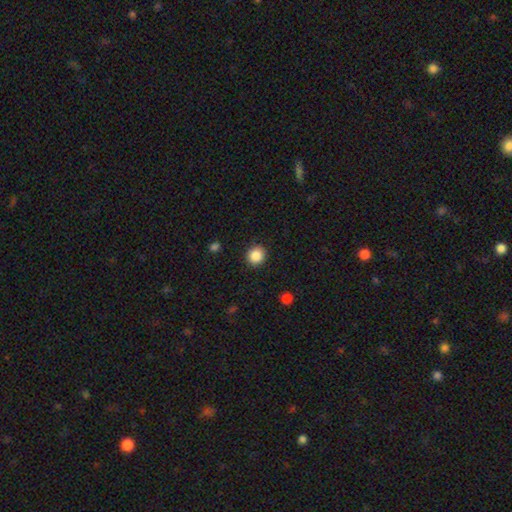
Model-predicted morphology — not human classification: A smooth galaxy with no disk features (87%) that is round (87%).

Vote fractions:
- Smooth or featured? smooth: 87% / star or artifact: 10% / featured or disk: 4%
- How rounded? round: 87% / in between: 12% / cigar-shaped: 1%
- Merging? none: 90% / minor disturbance: 7% / major disturbance: 2% / merger: 1%